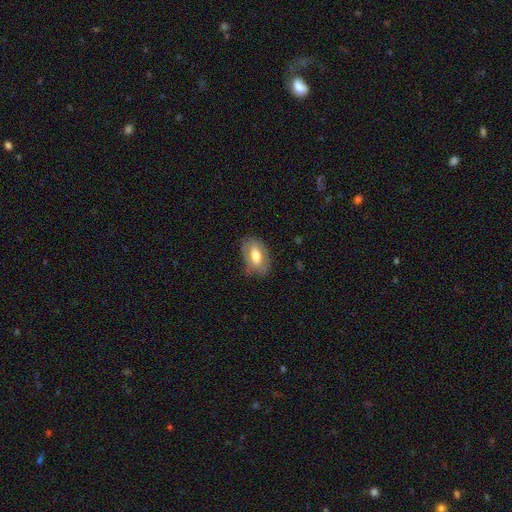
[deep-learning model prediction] smooth 55%, featured or disk 38%, star or artifact 7%. Down the decision tree: how rounded — in between (89%); merging — none (69%).